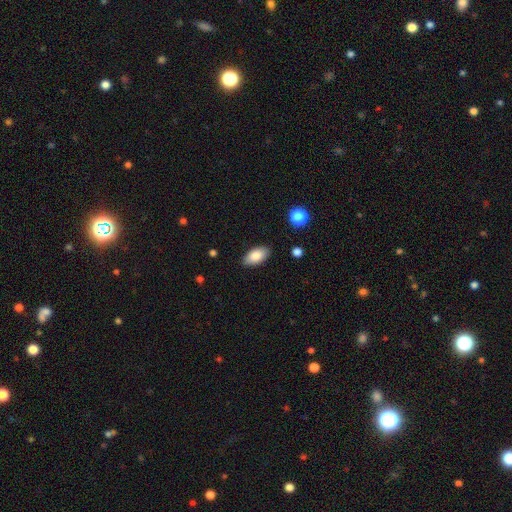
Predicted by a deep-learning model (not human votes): Smooth or featured? smooth (84%)
How rounded? in between (93%)
Merging? none (88%)